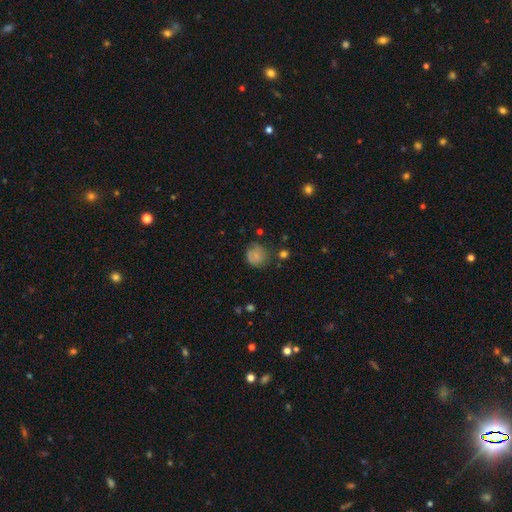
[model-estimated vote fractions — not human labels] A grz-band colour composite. It shows a smooth galaxy with no disk features (74%) that is round (84%). Merging: none (63%).